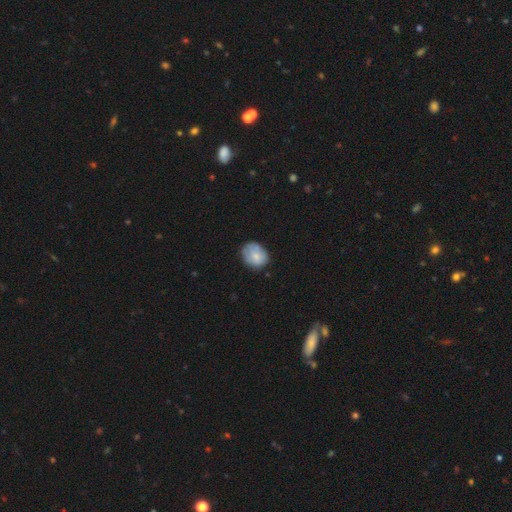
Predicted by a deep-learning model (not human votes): Smooth or featured? Predicted: smooth (p=0.72). How rounded? Predicted: round (p=0.52). Merging? Predicted: none (p=0.67).